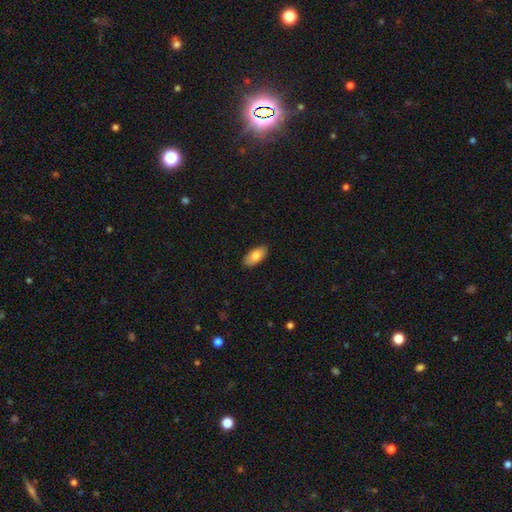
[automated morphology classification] Overall: smooth (82%). How rounded: in between (93%). Merging: none (87%).